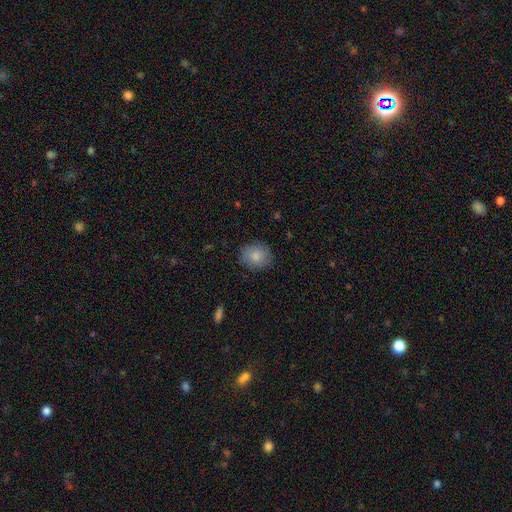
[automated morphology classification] smooth 85%, featured or disk 8%, star or artifact 8%. Down the decision tree: how rounded — round (74%); merging — none (86%).